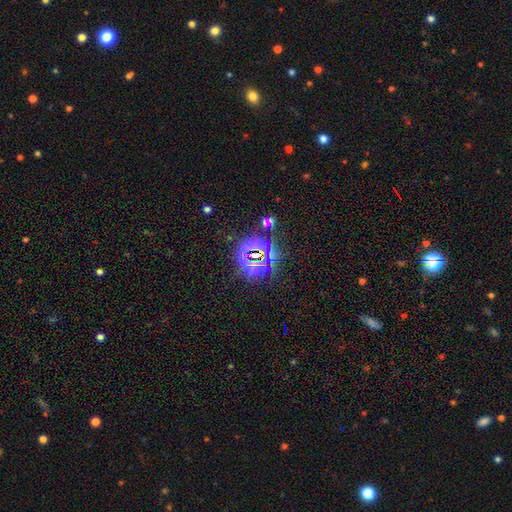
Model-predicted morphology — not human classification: This is likely a star or artifact rather than a galaxy (79%).